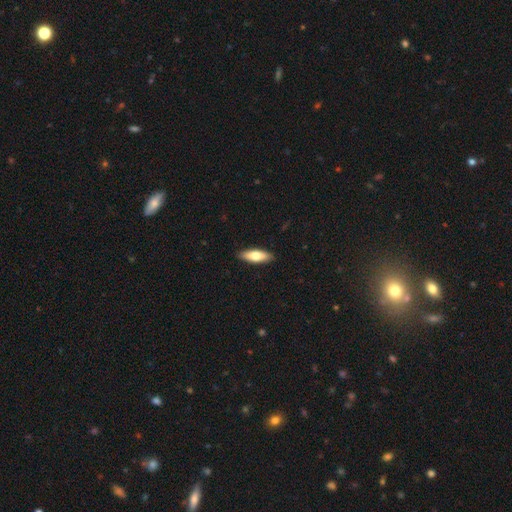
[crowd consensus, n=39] Q: Smooth or featured?
A: smooth (67%); runner-up: featured or disk (26%)
Q: How rounded?
A: in between (73%); runner-up: cigar-shaped (27%)
Q: Merging?
A: none (89%); runner-up: minor disturbance (11%)